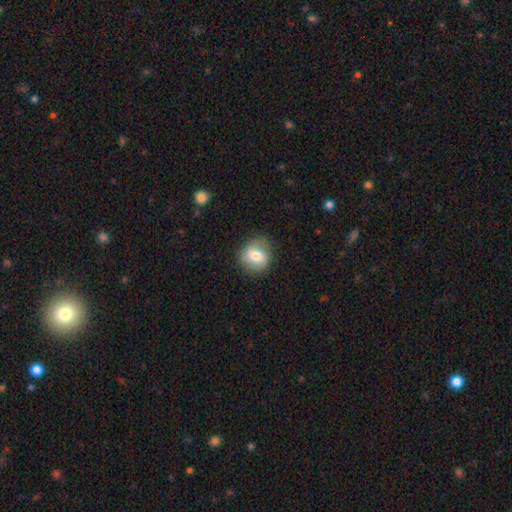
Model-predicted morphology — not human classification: smooth_or_featured: smooth (p=0.68) [alt: featured or disk p=0.24]
how_rounded: round (p=0.78) [alt: in between p=0.21]
merging: none (p=0.81) [alt: minor disturbance p=0.14]